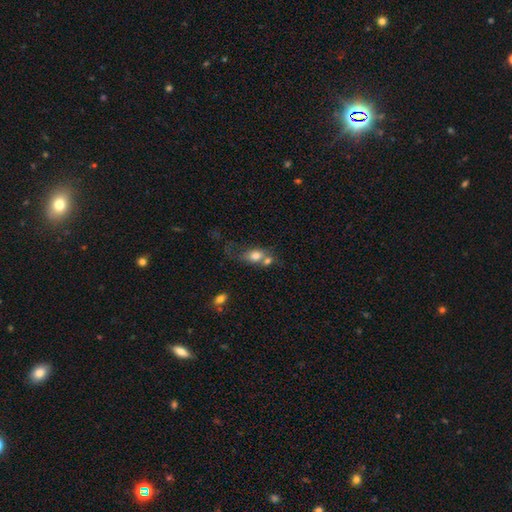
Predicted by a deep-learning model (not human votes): smooth-or-featured: smooth: 74% | featured or disk: 16% | star or artifact: 9%
  how-rounded: in between: 70% | round: 26% | cigar-shaped: 4%
  merging: merger: 49% | none: 26% | minor disturbance: 13% | major disturbance: 12%